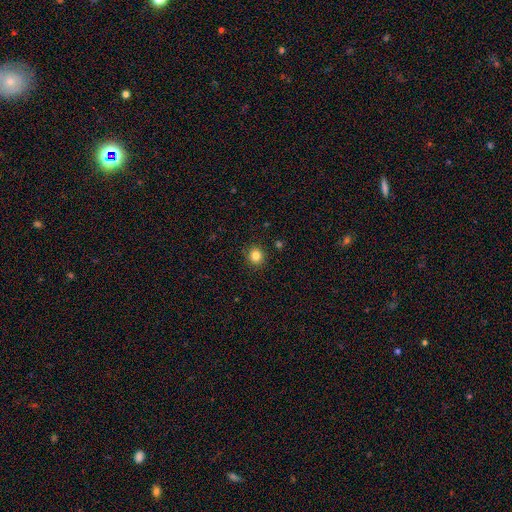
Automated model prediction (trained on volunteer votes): This is clearly a smooth galaxy (83%). How rounded: clearly round (90%). Merging: clearly none (90%).